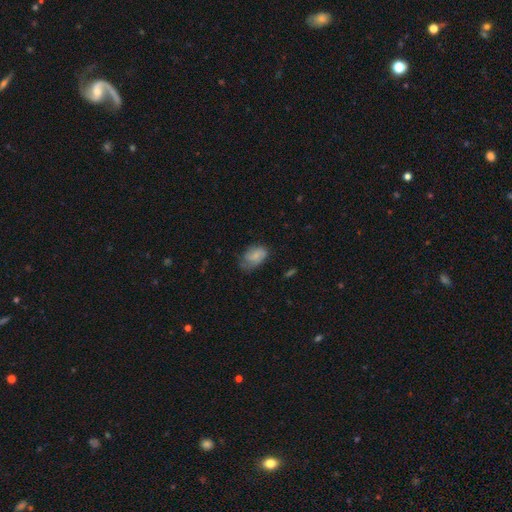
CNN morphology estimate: Overall: smooth (69%). How rounded: in between (88%). Merging: none (45%; minor disturbance 37%).